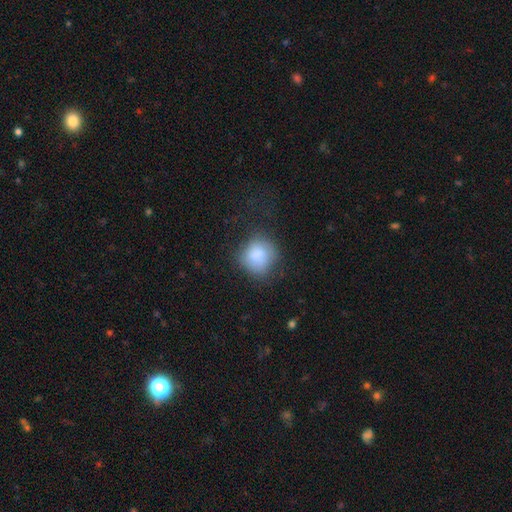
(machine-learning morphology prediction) This appears to be a smooth galaxy with no disk features (83%) that is round (79%). Merging: none (60%).